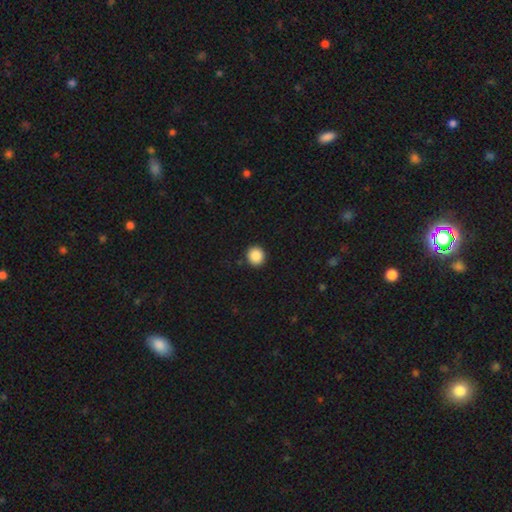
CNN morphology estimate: type=smooth (88%); roundness=round (91%); merging=none (92%).